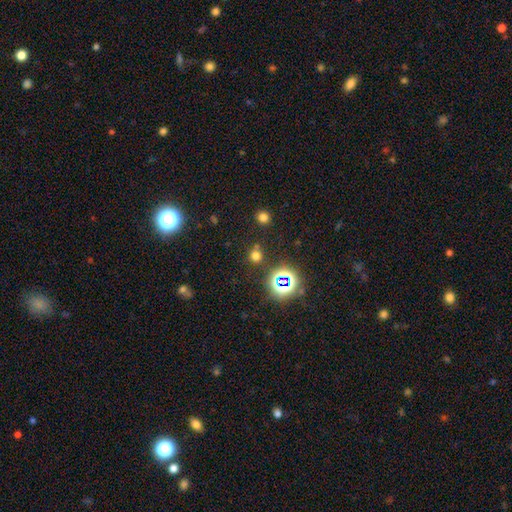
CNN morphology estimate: Smooth or featured? Predicted: smooth (p=0.61). How rounded? Predicted: round (p=0.87). Merging? Predicted: none (p=0.77).